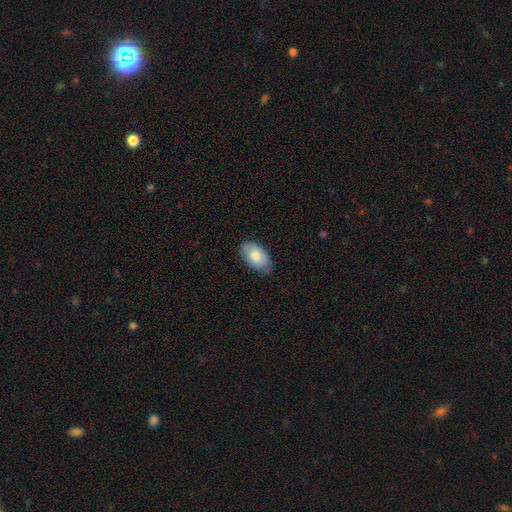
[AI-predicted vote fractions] Smooth or featured? Predicted: smooth (p=0.81). How rounded? Predicted: in between (p=0.94). Merging? Predicted: none (p=0.77).